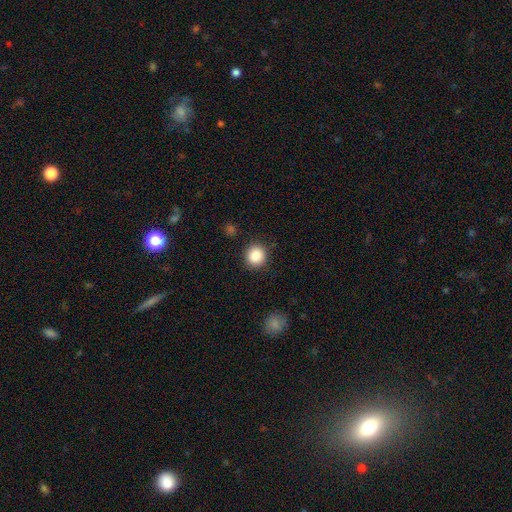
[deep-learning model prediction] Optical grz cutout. It shows a smooth galaxy with no disk features (87%) that is round (90%). Merging: none (88%).